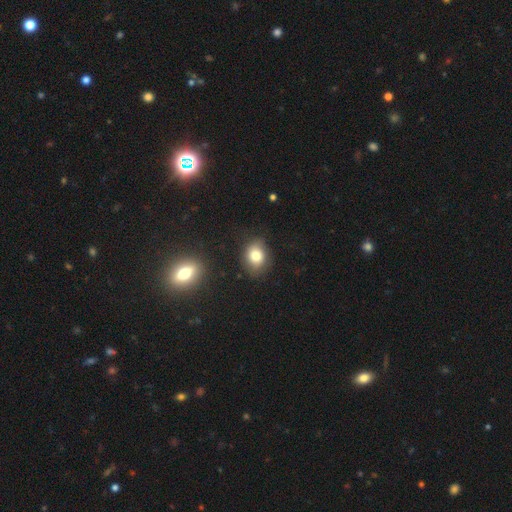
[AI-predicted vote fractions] This appears to be a smooth galaxy with no disk features (79%) that is in between round and cigar-shaped (56%). Merging: none (78%).